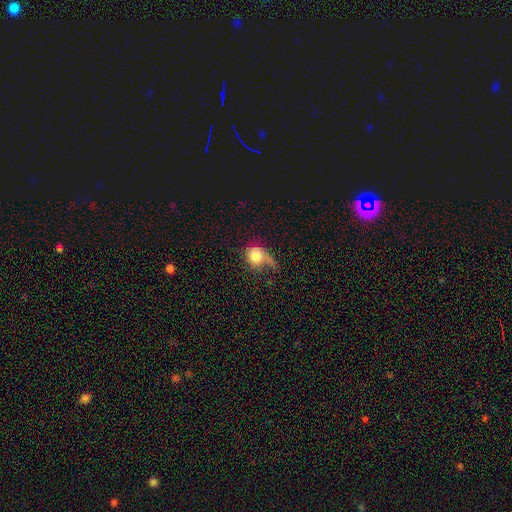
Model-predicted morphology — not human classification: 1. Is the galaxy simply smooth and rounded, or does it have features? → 66% smooth, 24% featured or disk, 9% star or artifact.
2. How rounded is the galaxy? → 61% round, 37% in between, 2% cigar-shaped.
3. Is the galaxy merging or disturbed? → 40% major disturbance, 29% none, 23% minor disturbance, 8% merger.